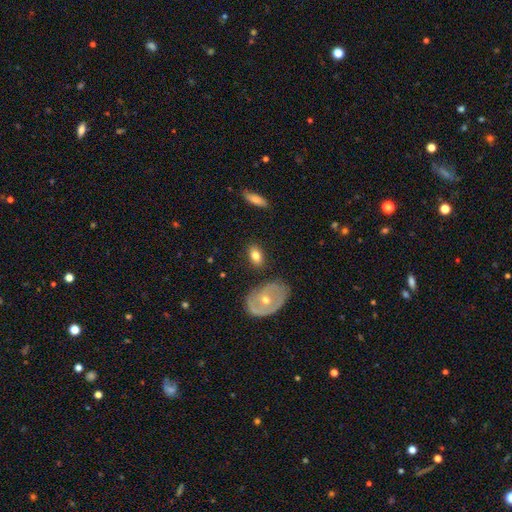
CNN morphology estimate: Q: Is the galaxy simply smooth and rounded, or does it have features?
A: smooth — 76%.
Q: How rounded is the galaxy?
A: in between — 86%.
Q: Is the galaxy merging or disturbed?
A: none — 79%.